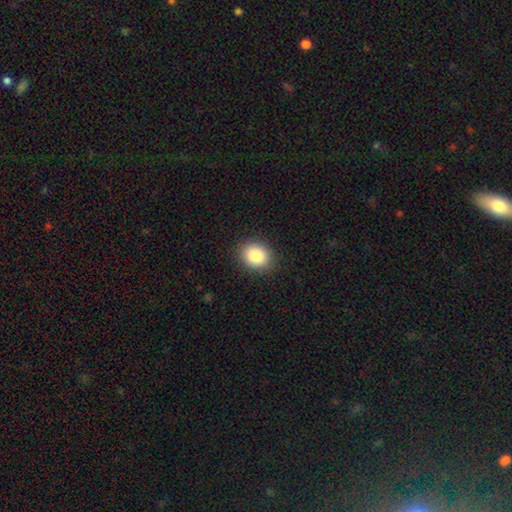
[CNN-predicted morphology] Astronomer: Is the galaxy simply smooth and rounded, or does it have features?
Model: smooth — 86%.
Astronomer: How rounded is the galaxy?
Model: round — 62% (runner-up: in between, 37%).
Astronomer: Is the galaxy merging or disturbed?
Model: none — 89%.